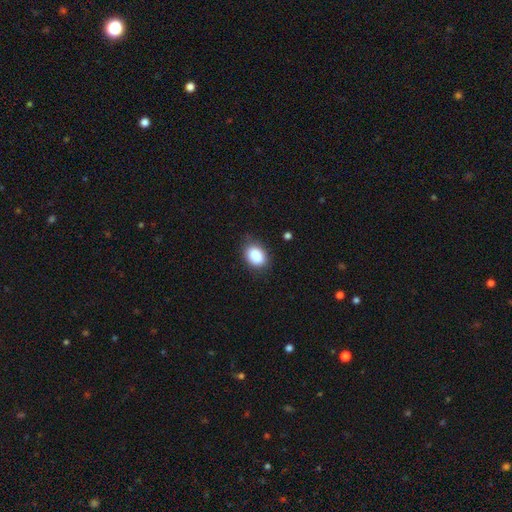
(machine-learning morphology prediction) This appears to be a smooth galaxy with no disk features (87%) that is in between round and cigar-shaped (72%). Merging: none (79%).